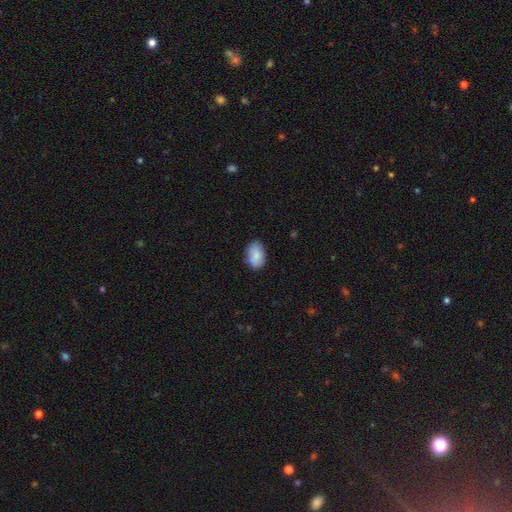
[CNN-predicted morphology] This is clearly a smooth galaxy (84%). How rounded: clearly in between (89%). Merging: likely none (76%).